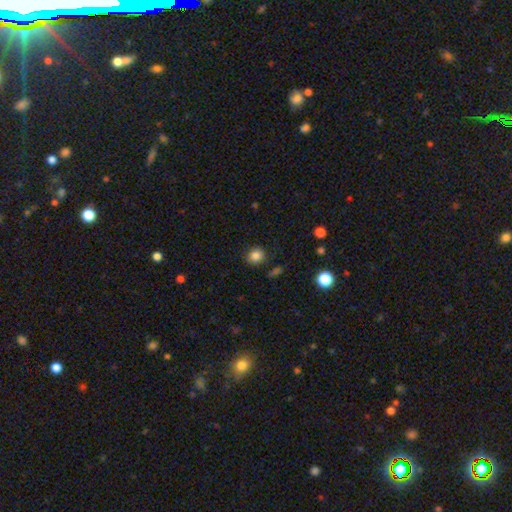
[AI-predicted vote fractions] A smooth galaxy with no disk features (84%) that is round (82%). Merging: none (85%).